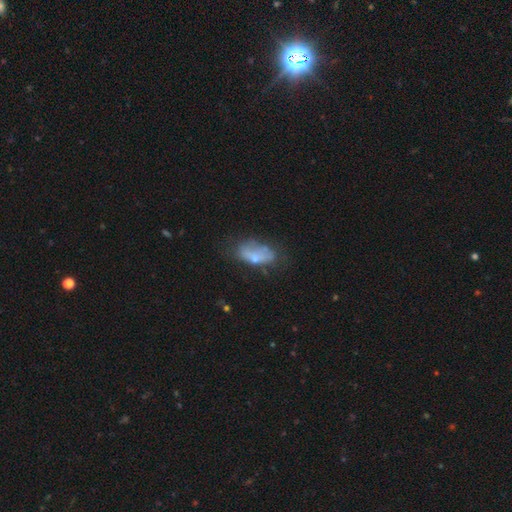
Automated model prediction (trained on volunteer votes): A smooth galaxy with no disk features (52%) that is in between round and cigar-shaped (86%). Merging: none (38%).